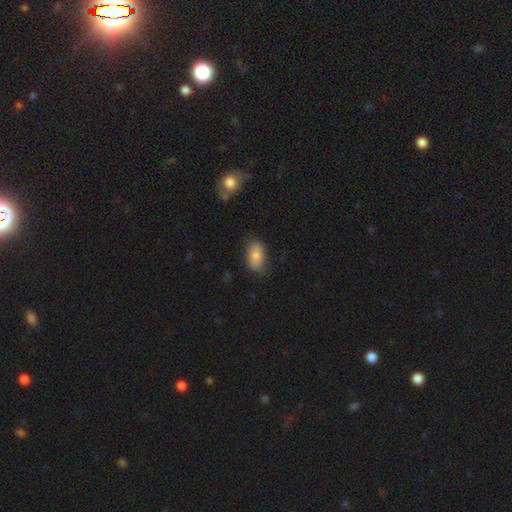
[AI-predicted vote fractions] Morphology: type=smooth (80%); roundness=in between (92%); merging=none (75%).